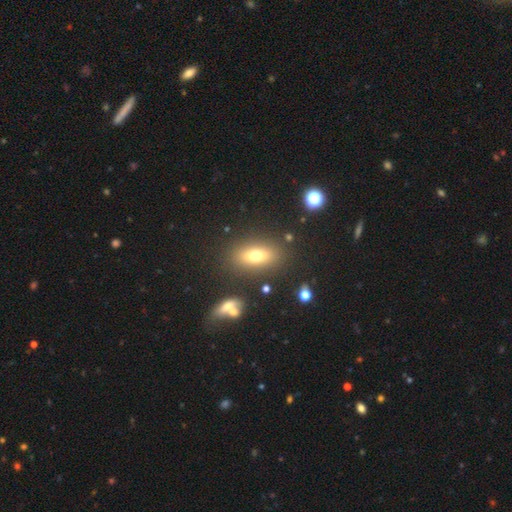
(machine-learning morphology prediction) smooth 68%, featured or disk 20%, star or artifact 12%. Down the decision tree: how rounded — in between (75%); merging — none (81%).